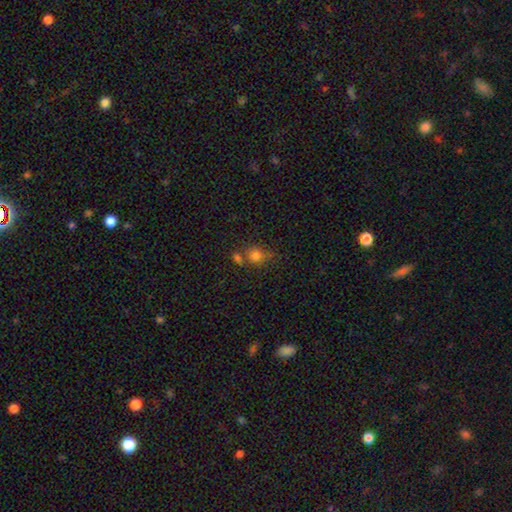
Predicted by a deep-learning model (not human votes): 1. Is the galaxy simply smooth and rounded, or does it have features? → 75% smooth, 15% star or artifact, 10% featured or disk.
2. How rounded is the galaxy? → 74% round, 24% in between, 1% cigar-shaped.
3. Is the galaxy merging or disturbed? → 47% none, 33% merger, 14% minor disturbance, 7% major disturbance.